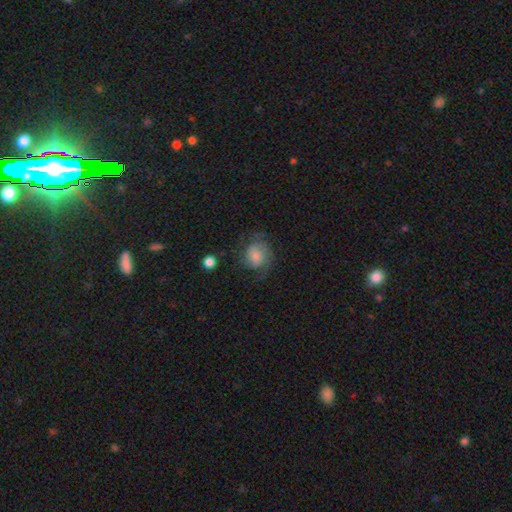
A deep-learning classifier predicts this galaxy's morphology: smooth-or-featured: featured or disk: 54% | smooth: 37% | star or artifact: 9%
  disk-edge-on: no: 98% | yes: 2%
    bar: no: 71% | weak: 25% | strong: 4%
    has-spiral-arms: yes: 87% | no: 13%
    bulge-size: small: 47% | moderate: 35% | none: 8% | large: 8% | dominant: 2%
  merging: none: 62% | minor disturbance: 21% | major disturbance: 15% | merger: 2%